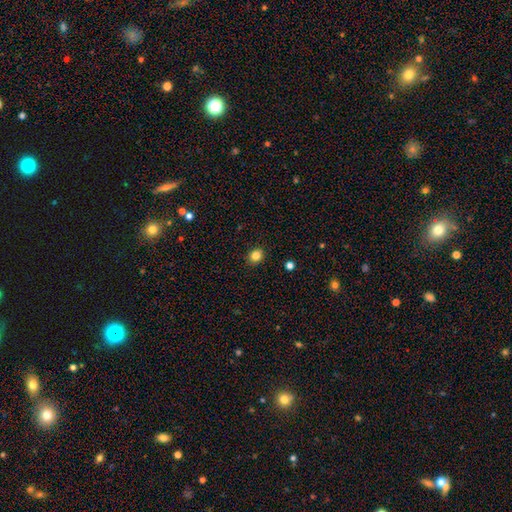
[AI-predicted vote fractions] Smooth or featured?
  - smooth: 83% *
  - star or artifact: 12%
  - featured or disk: 5%
How rounded?
  - round: 61% *
  - in between: 38%
  - cigar-shaped: 1%
Merging?
  - none: 90% *
  - minor disturbance: 7%
  - major disturbance: 2%
  - merger: 1%